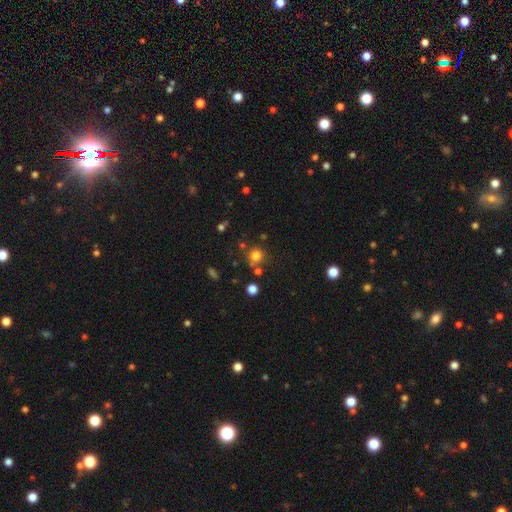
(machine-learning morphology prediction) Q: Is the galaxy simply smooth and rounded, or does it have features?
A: smooth — 77%.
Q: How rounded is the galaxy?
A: round — 91%.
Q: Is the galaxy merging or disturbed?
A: none — 72%.